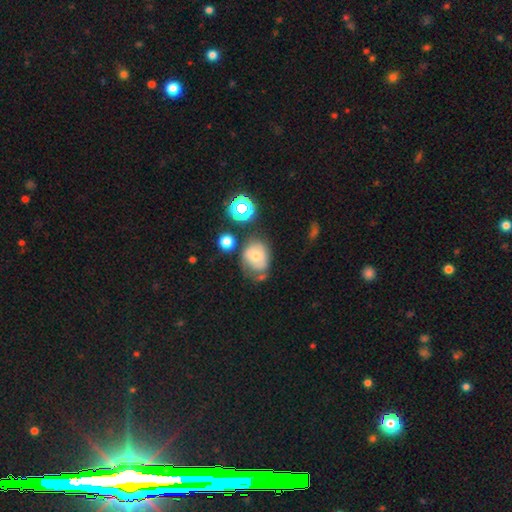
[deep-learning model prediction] smooth 53%, featured or disk 34%, star or artifact 14%. Down the decision tree: how rounded — round (56%); merging — none (43%).